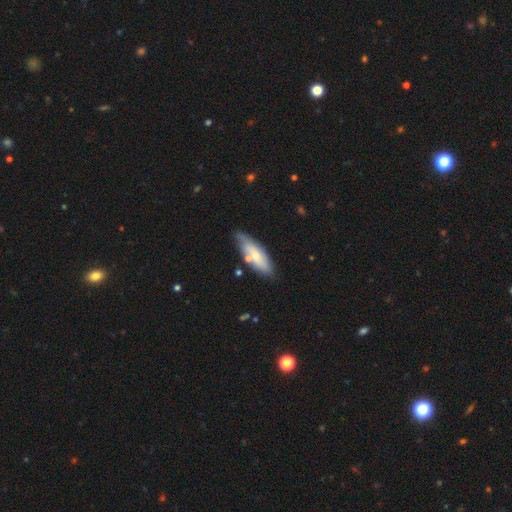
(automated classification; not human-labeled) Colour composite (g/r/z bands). It shows a smooth galaxy with no disk features (63%) that is in between round and cigar-shaped (55%). Merging: none (66%).